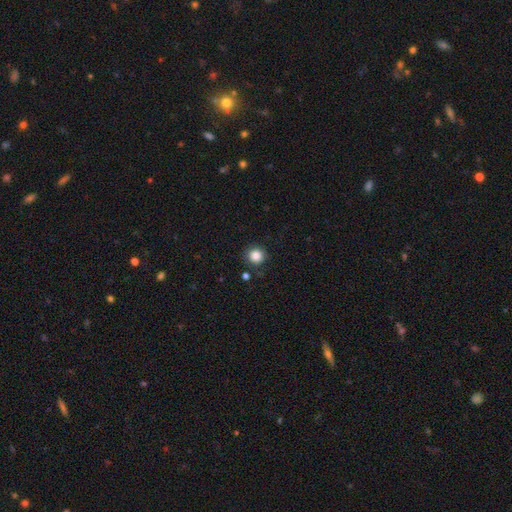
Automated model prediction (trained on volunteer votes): Q: Smooth or featured?
A: smooth (85%); runner-up: star or artifact (11%)
Q: How rounded?
A: round (91%); runner-up: in between (8%)
Q: Merging?
A: none (86%); runner-up: minor disturbance (9%)